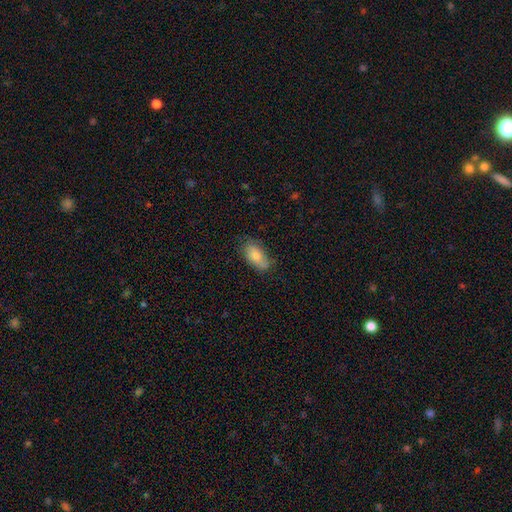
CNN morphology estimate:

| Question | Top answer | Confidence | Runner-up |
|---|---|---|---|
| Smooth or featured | smooth | 80% | featured or disk (13%) |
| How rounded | in between | 92% | cigar-shaped (5%) |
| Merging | none | 67% | minor disturbance (26%) |